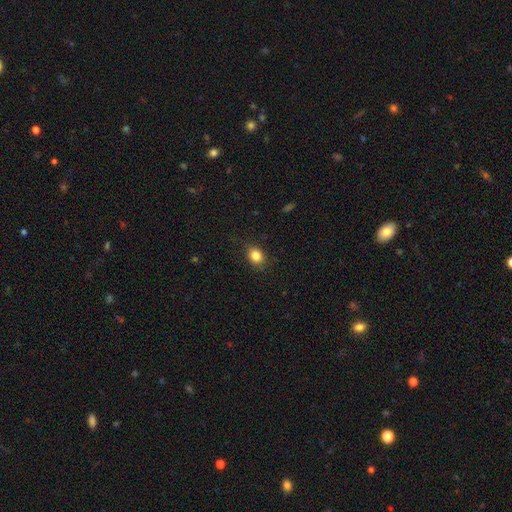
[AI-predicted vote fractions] Smooth or featured?
  - smooth: 84% *
  - star or artifact: 10%
  - featured or disk: 6%
How rounded?
  - in between: 52% *
  - round: 47%
  - cigar-shaped: 1%
Merging?
  - none: 85% *
  - minor disturbance: 11%
  - major disturbance: 3%
  - merger: 1%